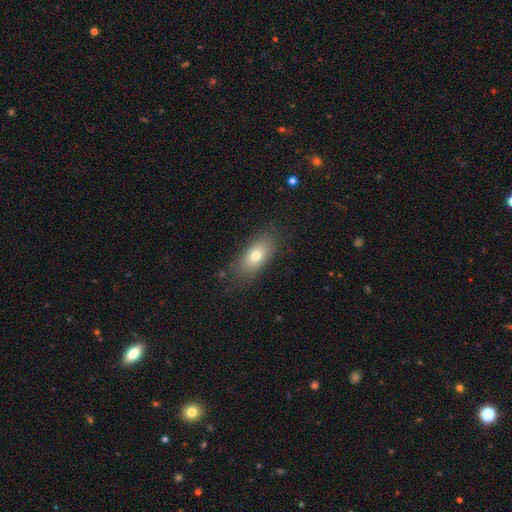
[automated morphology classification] smooth-or-featured: smooth: 73% | featured or disk: 18% | star or artifact: 9%
  how-rounded: in between: 83% | cigar-shaped: 9% | round: 7%
  merging: none: 81% | minor disturbance: 13% | major disturbance: 5% | merger: 1%